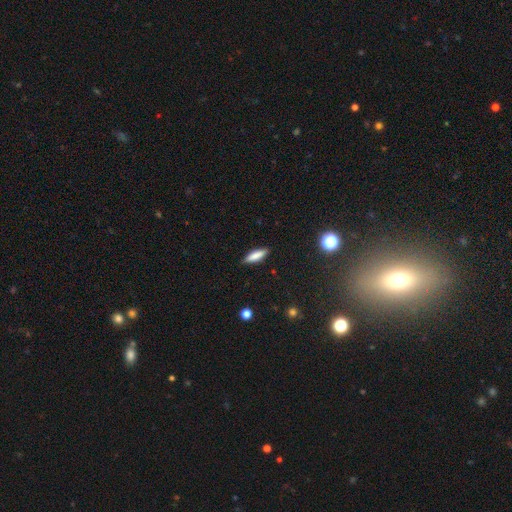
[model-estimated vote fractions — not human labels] This is likely a smooth galaxy (79%). How rounded: likely cigar-shaped (62%). Merging: clearly none (89%).